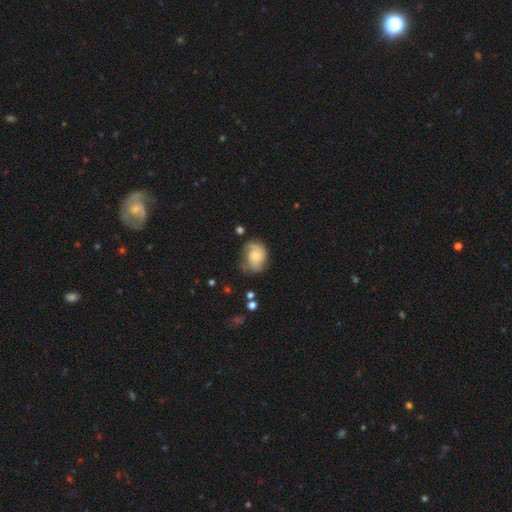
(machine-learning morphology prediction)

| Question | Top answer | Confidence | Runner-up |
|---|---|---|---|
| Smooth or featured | featured or disk | 49% | smooth (43%) |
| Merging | none | 50% | minor disturbance (30%) |